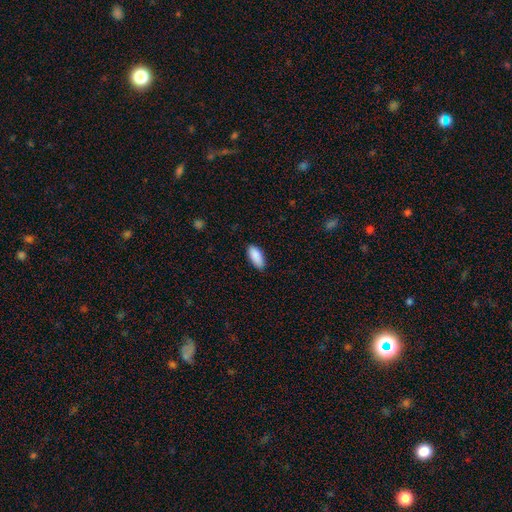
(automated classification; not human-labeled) Smooth or featured? smooth (90%)
How rounded? in between (86%)
Merging? none (81%)